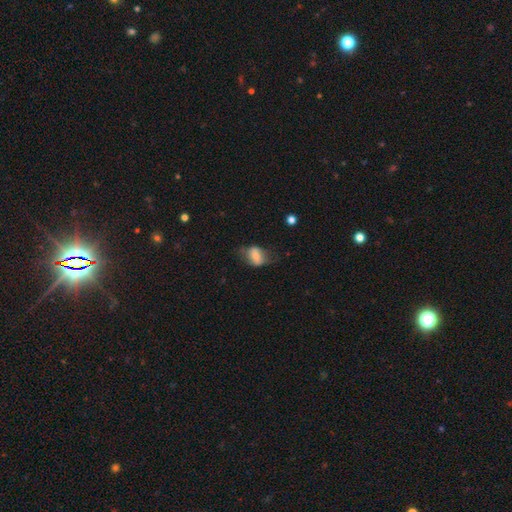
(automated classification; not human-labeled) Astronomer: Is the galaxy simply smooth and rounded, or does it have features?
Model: smooth — 60%.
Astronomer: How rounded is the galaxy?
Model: in between — 78%.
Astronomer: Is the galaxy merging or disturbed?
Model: none — 51% (runner-up: minor disturbance, 29%).